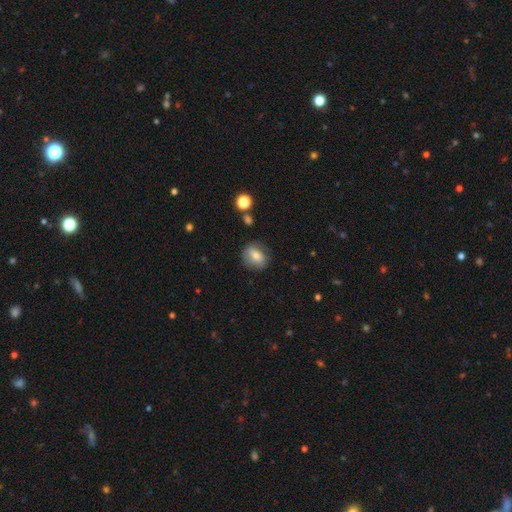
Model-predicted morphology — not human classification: A smooth galaxy with no disk features (68%) that is round (53%). Merging: none (75%).